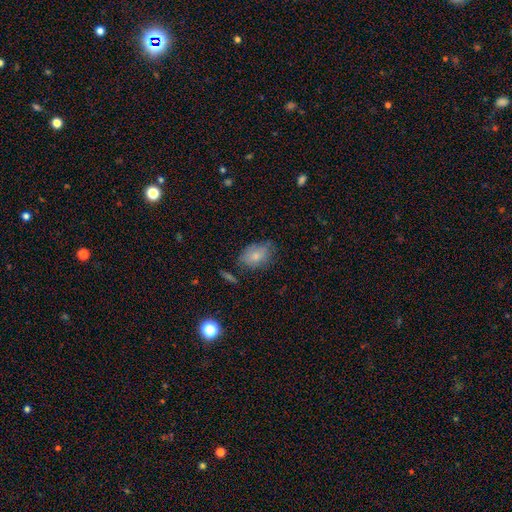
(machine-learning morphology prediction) Q: Smooth or featured?
A: smooth (79%); runner-up: featured or disk (13%)
Q: How rounded?
A: in between (83%); runner-up: round (15%)
Q: Merging?
A: none (68%); runner-up: minor disturbance (23%)